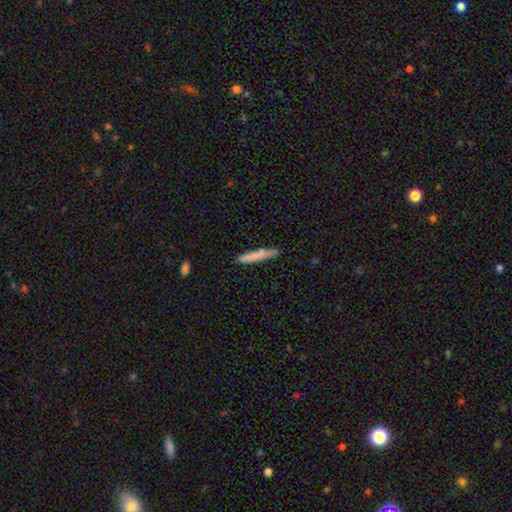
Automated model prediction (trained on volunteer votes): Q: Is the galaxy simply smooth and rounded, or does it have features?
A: smooth — 72%.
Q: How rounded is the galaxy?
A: cigar-shaped — 95%.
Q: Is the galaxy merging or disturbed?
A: none — 83%.